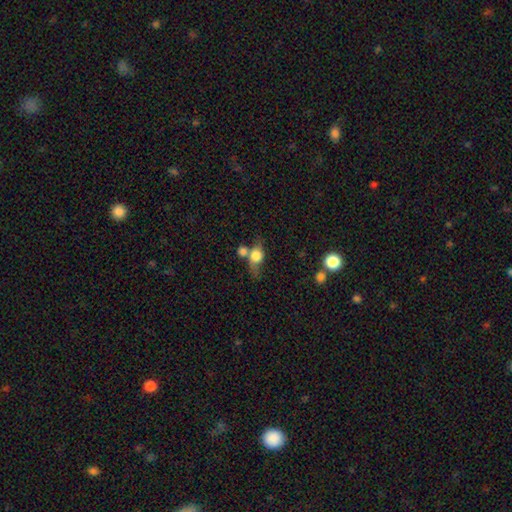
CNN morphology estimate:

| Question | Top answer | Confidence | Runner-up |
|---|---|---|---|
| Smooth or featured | smooth | 63% | featured or disk (27%) |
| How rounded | in between | 47% | round (46%) |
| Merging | merger | 37% | none (34%) |